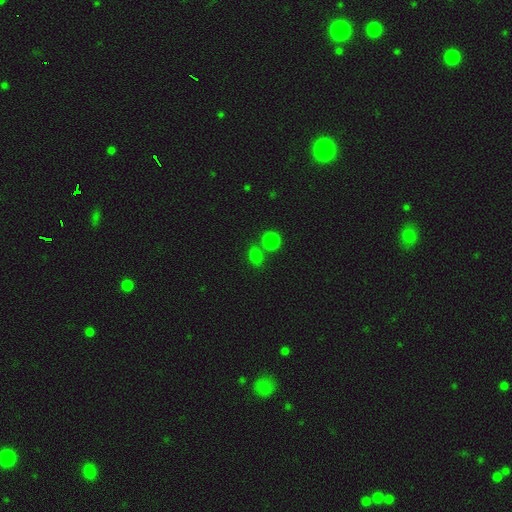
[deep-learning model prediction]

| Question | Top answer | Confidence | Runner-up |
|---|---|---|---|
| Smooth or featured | smooth | 79% | star or artifact (16%) |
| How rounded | round | 56% | in between (43%) |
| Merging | none | 63% | merger (23%) |